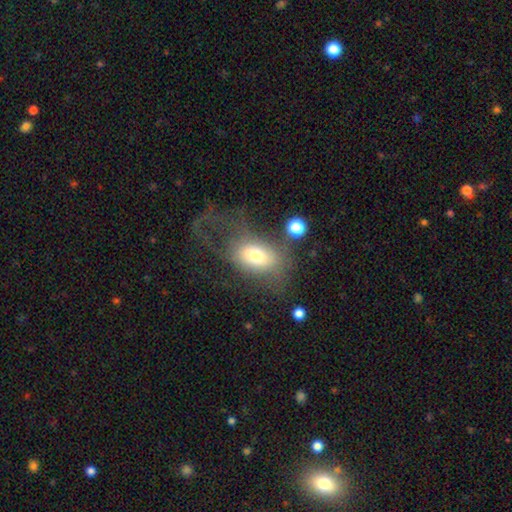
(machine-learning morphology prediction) Q: Smooth or featured?
A: smooth (65%); runner-up: featured or disk (25%)
Q: How rounded?
A: in between (79%); runner-up: round (19%)
Q: Merging?
A: major disturbance (49%); runner-up: none (29%)